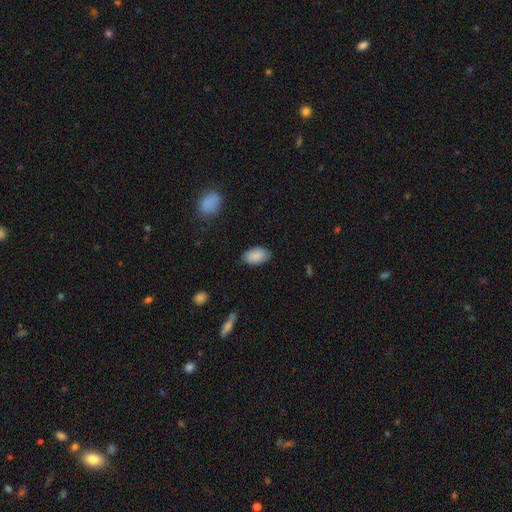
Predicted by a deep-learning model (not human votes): Smooth or featured: smooth — 88% (star or artifact — 7%)
How rounded: in between — 94% (round — 4%)
Merging: none — 82% (minor disturbance — 14%)